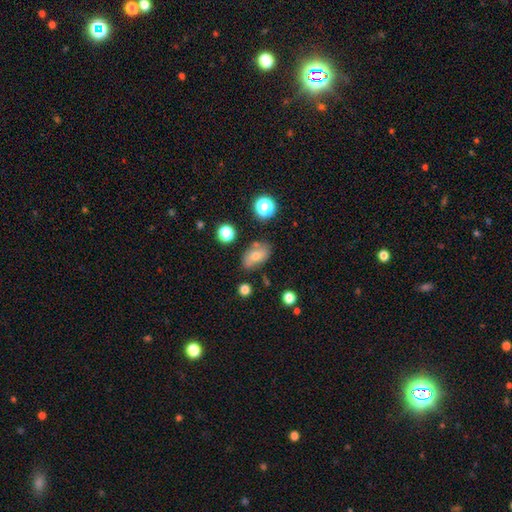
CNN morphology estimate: Smooth or featured?
  - smooth: 65% *
  - featured or disk: 24%
  - star or artifact: 12%
How rounded?
  - in between: 85% *
  - round: 12%
  - cigar-shaped: 3%
Merging?
  - none: 68% *
  - minor disturbance: 19%
  - merger: 7%
  - major disturbance: 5%